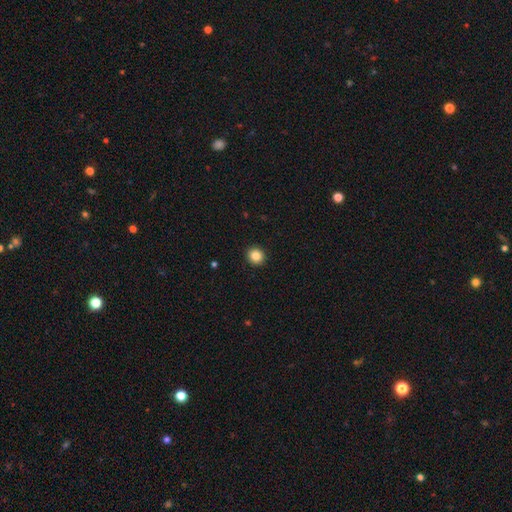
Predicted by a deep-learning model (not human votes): Smooth or featured? smooth (85%)
How rounded? round (89%)
Merging? none (93%)